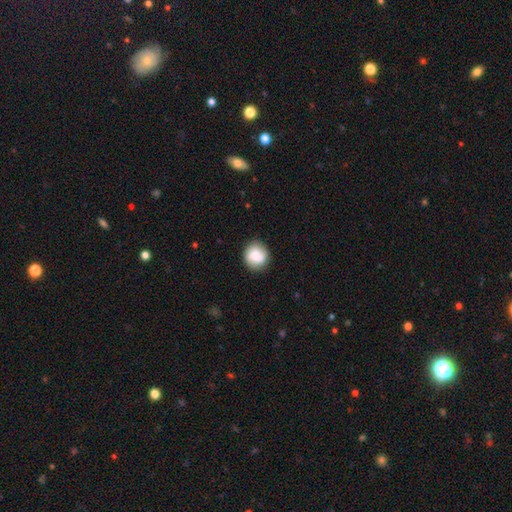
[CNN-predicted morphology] The model was most divided on "smooth or featured": smooth: 77%, featured or disk: 16%, star or artifact: 7%. More confident: how rounded — round (87%); merging — none (83%).